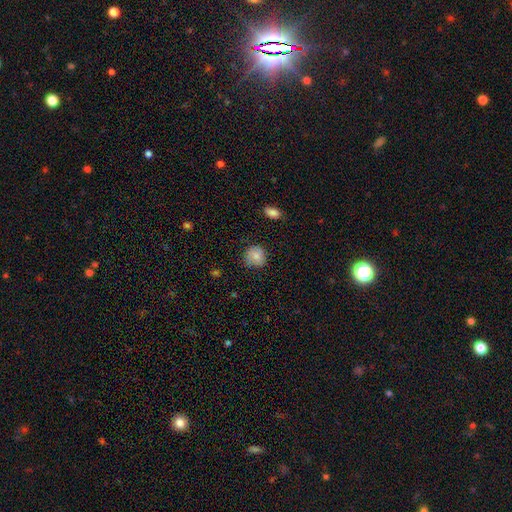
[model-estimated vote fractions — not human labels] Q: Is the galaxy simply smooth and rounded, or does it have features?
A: smooth — 81%.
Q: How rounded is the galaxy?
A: round — 85%.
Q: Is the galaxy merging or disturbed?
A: none — 71%.